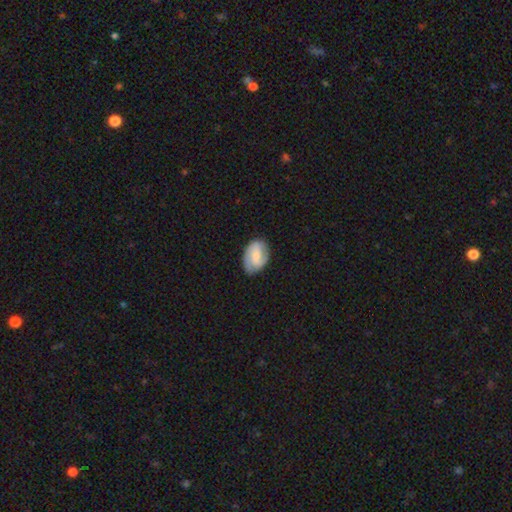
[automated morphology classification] Smooth or featured?
  - featured or disk: 57% *
  - smooth: 37%
  - star or artifact: 6%
Edge-on disk?
  - no: 97% *
  - yes: 3%
Bar?
  - weak: 46% *
  - no: 41%
  - strong: 14%
Spiral arms?
  - yes: 90% *
  - no: 10%
Bulge size?
  - small: 49% *
  - moderate: 36%
  - none: 9%
  - large: 4%
  - dominant: 1%
Merging?
  - none: 75% *
  - minor disturbance: 19%
  - major disturbance: 5%
  - merger: 1%